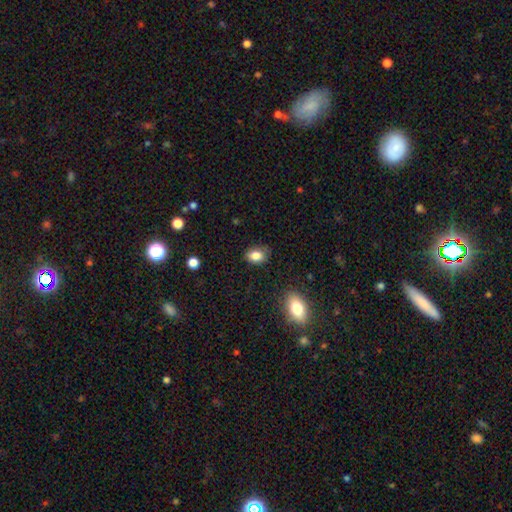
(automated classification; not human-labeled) This is clearly a smooth galaxy (85%). How rounded: likely in between (74%). Merging: likely none (77%).